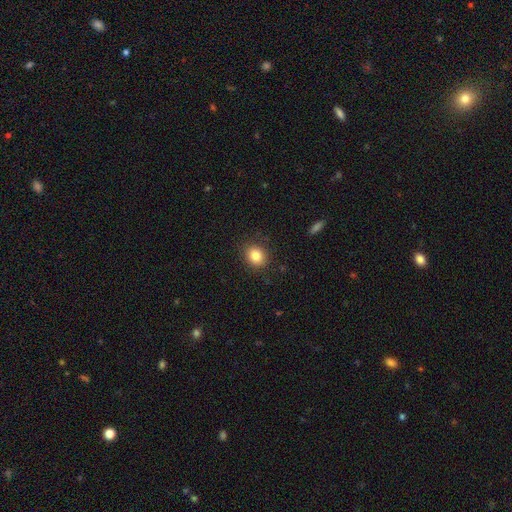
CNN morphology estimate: The model was most divided on "how rounded": round: 66%, in between: 33%, cigar-shaped: 1%. More confident: merging — none (88%); smooth or featured — smooth (84%).